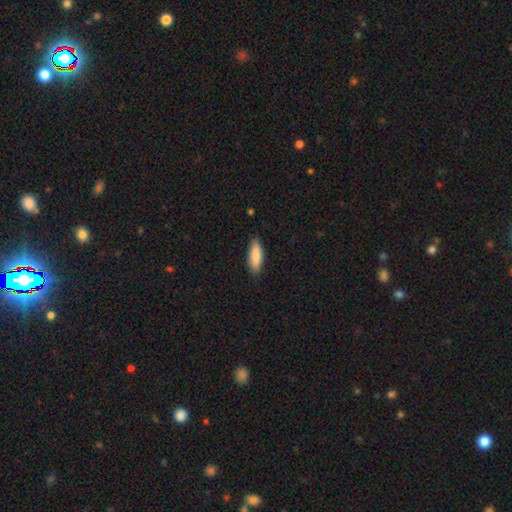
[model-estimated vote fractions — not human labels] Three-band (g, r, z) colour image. It shows a smooth galaxy with no disk features (86%) that is in between round and cigar-shaped (54%). Merging: none (88%).